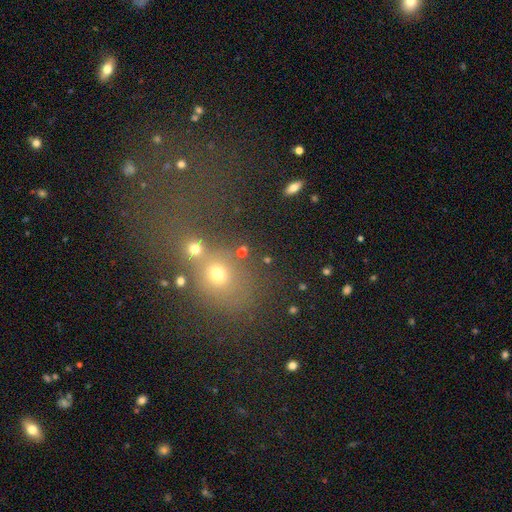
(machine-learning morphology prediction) A star or artifact, not a galaxy (47%).

Vote fractions:
- Smooth or featured? star or artifact: 47% / smooth: 36% / featured or disk: 17%